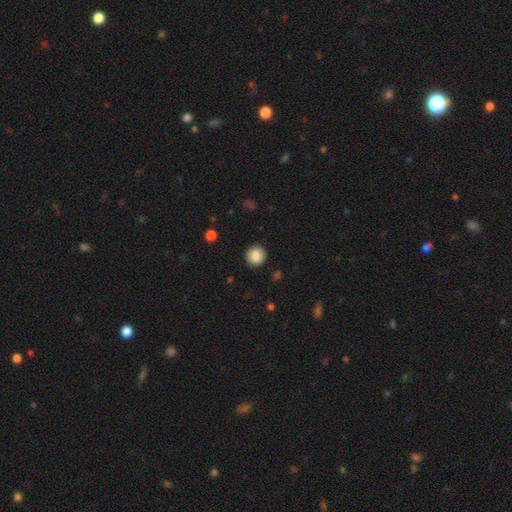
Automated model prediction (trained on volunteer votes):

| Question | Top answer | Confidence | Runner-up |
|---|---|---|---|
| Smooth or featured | smooth | 85% | star or artifact (8%) |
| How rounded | round | 93% | in between (7%) |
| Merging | none | 90% | minor disturbance (7%) |